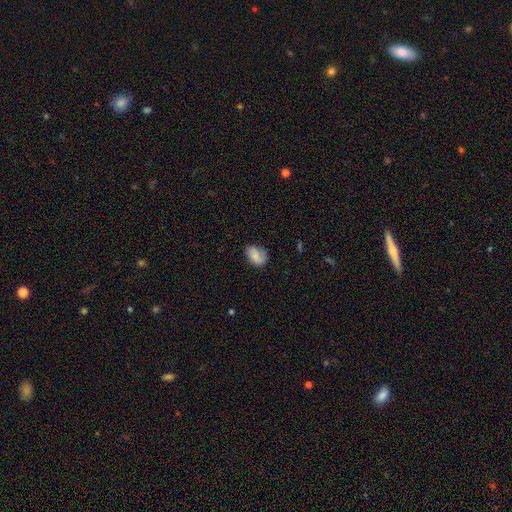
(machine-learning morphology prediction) The model was most divided on "merging": none: 65%, minor disturbance: 26%, major disturbance: 8%, merger: 2%. More confident: how rounded — in between (81%); smooth or featured — smooth (74%).